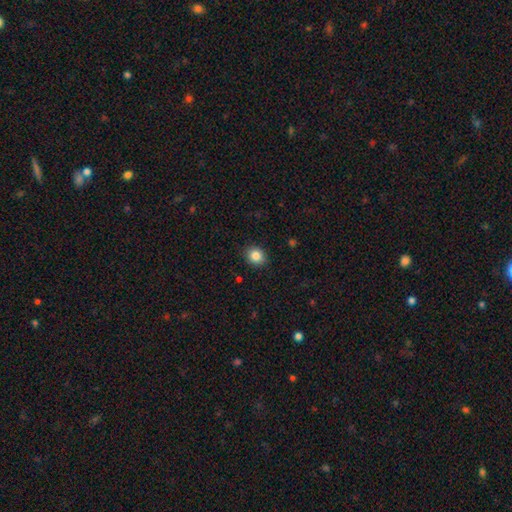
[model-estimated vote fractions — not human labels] Overall: smooth (85%). How rounded: round (69%; in between 30%). Merging: none (89%).